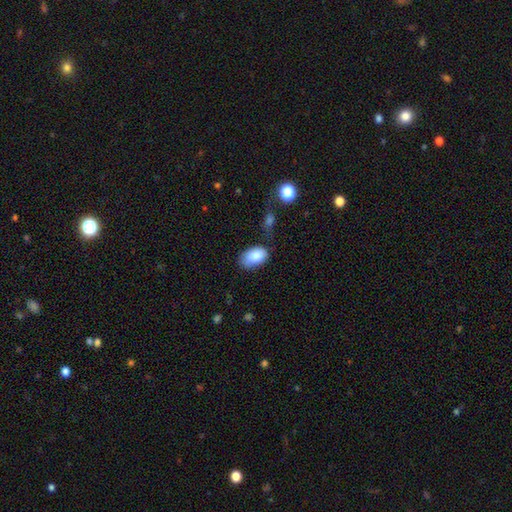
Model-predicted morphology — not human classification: This appears to be a smooth galaxy with no disk features (84%) that is in between round and cigar-shaped (91%). Merging: none (55%).